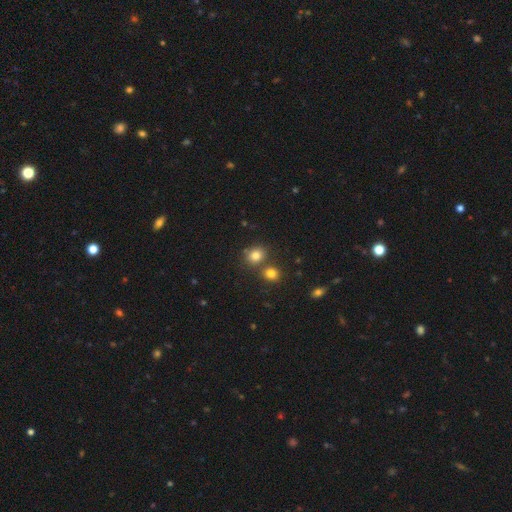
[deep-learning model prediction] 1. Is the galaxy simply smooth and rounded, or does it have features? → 80% smooth, 13% star or artifact, 7% featured or disk.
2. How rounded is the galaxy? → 69% round, 30% in between, 1% cigar-shaped.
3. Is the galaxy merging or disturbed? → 63% none, 24% merger, 10% minor disturbance, 3% major disturbance.